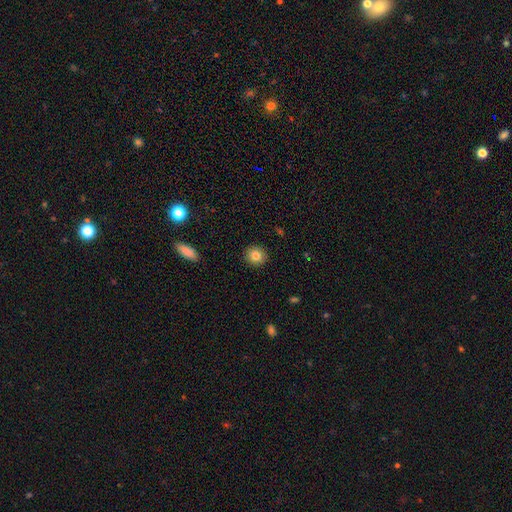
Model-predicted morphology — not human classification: smooth-or-featured: smooth: 83% | star or artifact: 10% | featured or disk: 7%
  how-rounded: round: 90% | in between: 9% | cigar-shaped: 1%
  merging: none: 91% | minor disturbance: 6% | major disturbance: 2% | merger: 1%